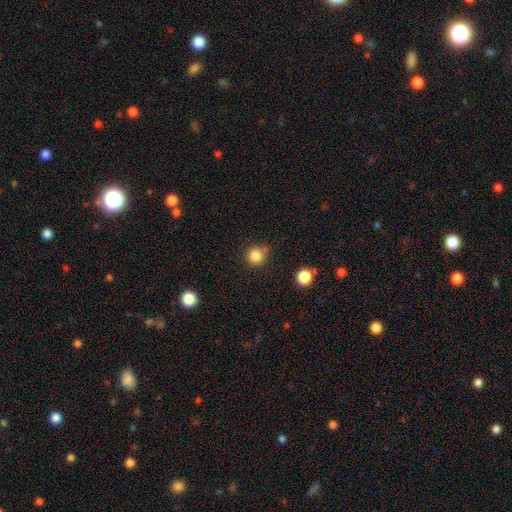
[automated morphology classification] This is clearly a smooth galaxy (83%). How rounded: clearly round (93%). Merging: likely none (75%).